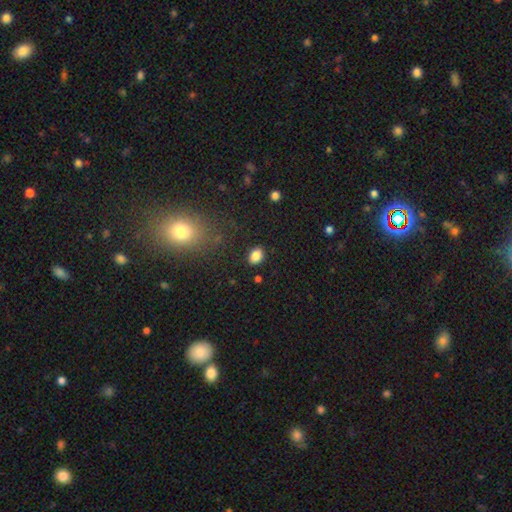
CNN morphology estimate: type=smooth (85%); roundness=in between (68%); merging=none (87%).